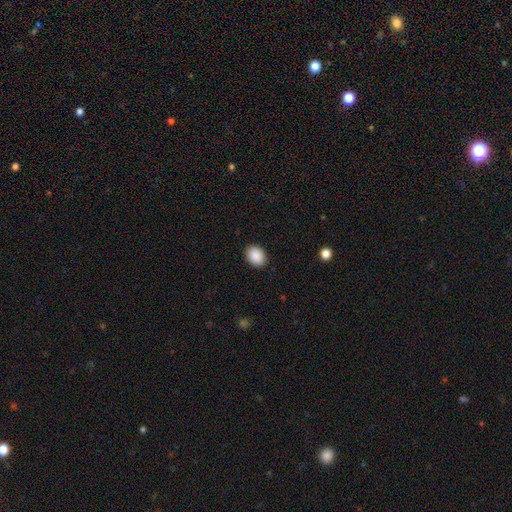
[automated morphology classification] The model was most divided on "how rounded": in between: 69%, round: 30%, cigar-shaped: 1%. More confident: smooth or featured — smooth (90%); merging — none (89%).